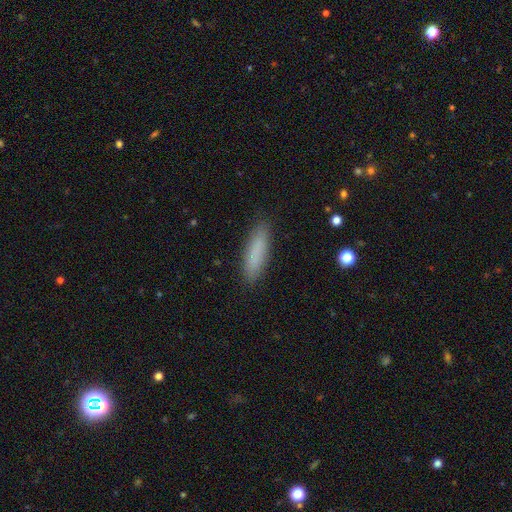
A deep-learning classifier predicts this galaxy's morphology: Smooth or featured? smooth (84%)
How rounded? cigar-shaped (71%)
Merging? none (89%)